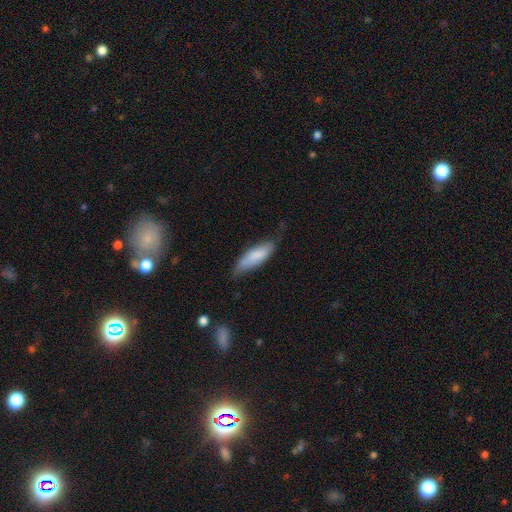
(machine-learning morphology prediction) type=smooth (80%); roundness=in between (55%); merging=none (58%).